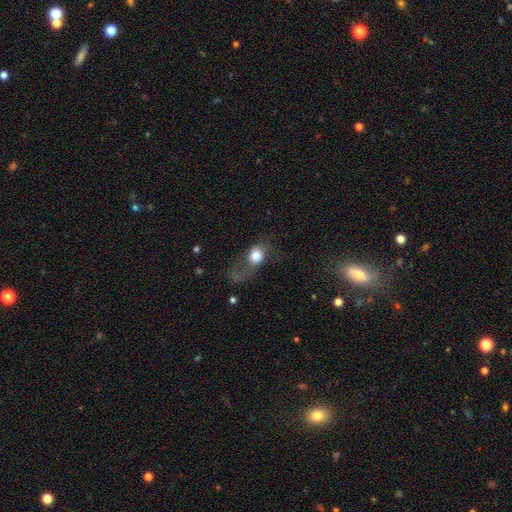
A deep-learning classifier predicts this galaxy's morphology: A smooth galaxy with no disk features (70%) that is round (63%). Merging: major disturbance (59%).